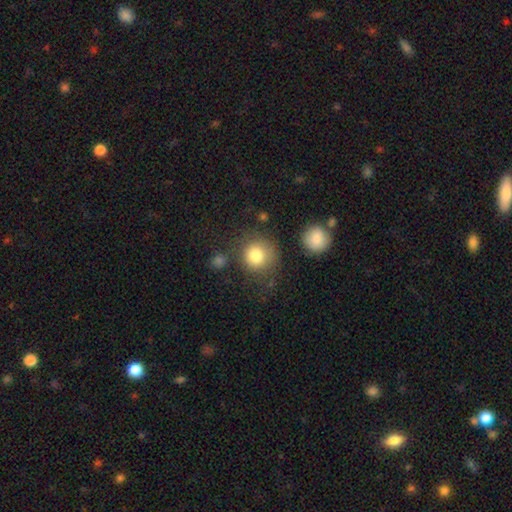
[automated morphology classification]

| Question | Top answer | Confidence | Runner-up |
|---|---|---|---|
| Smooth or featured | smooth | 82% | star or artifact (10%) |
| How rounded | round | 90% | in between (9%) |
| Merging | none | 74% | minor disturbance (13%) |